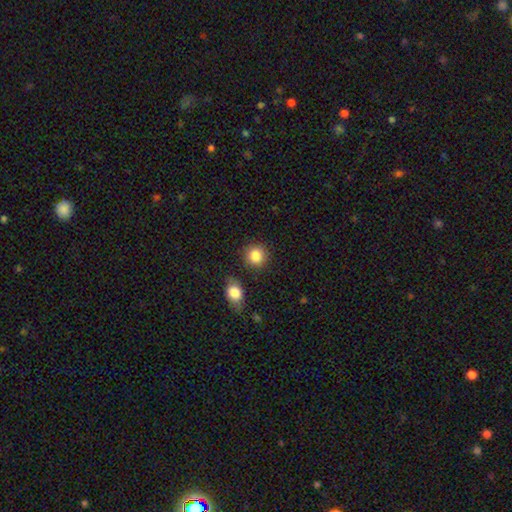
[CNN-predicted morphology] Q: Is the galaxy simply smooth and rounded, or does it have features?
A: smooth — 86%.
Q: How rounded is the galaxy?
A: round — 88%.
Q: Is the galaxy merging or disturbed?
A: none — 85%.